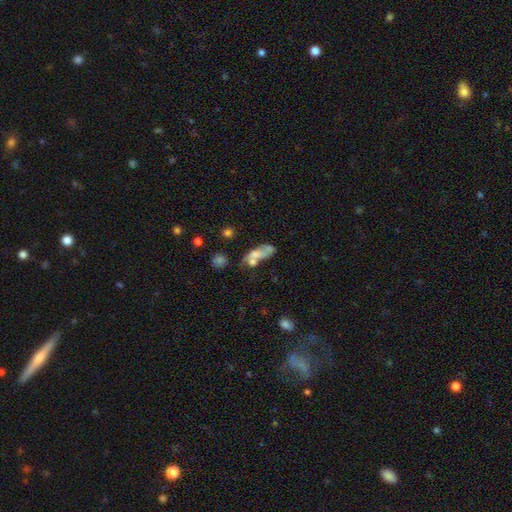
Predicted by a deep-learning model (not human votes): This appears to be a smooth galaxy with no disk features (55%) that is in between round and cigar-shaped (71%). Merging: merger (39%).